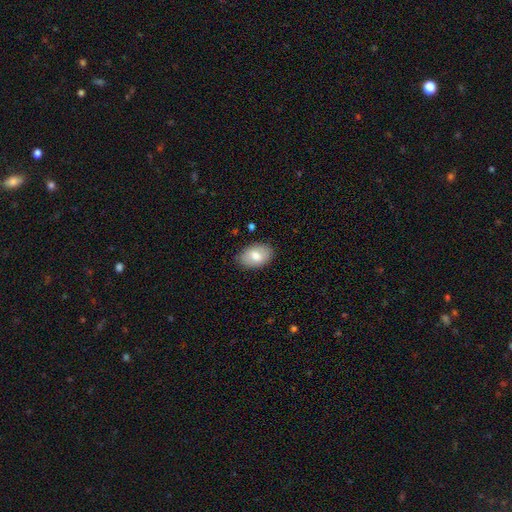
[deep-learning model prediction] This appears to be a smooth galaxy with no disk features (78%) that is in between round and cigar-shaped (89%). Merging: none (84%).